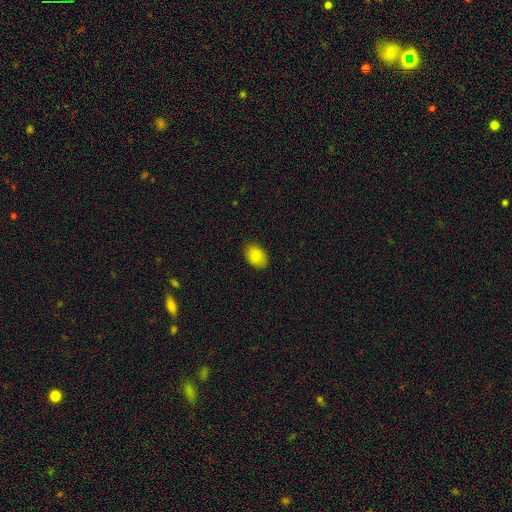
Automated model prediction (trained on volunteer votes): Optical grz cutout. It shows a smooth galaxy with no disk features (83%) that is in between round and cigar-shaped (78%). Merging: none (86%).